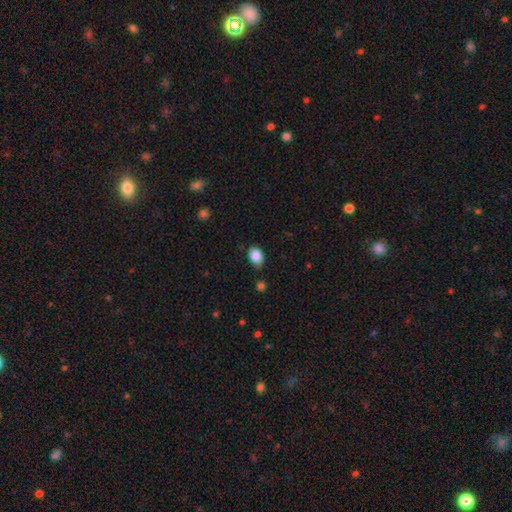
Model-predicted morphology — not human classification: The model was most divided on "merging": none: 79%, minor disturbance: 16%, major disturbance: 3%, merger: 2%. More confident: smooth or featured — smooth (87%); how rounded — in between (82%).